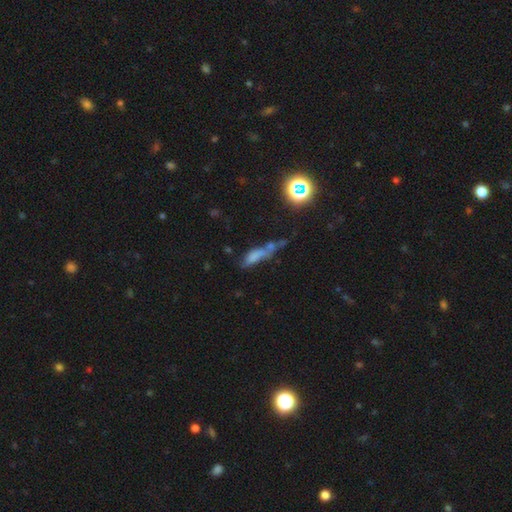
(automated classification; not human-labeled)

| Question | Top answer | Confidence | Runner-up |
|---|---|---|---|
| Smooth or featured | smooth | 61% | featured or disk (23%) |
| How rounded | cigar-shaped | 48% | in between (47%) |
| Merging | merger | 35% | none (25%) |